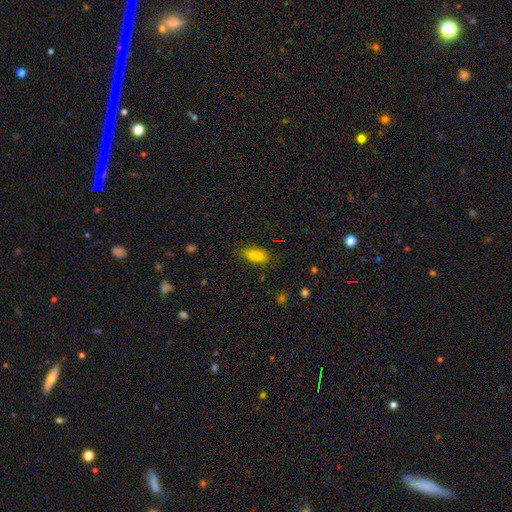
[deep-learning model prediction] smooth_or_featured: smooth (p=0.84) [alt: star or artifact p=0.09]
how_rounded: in between (p=0.84) [alt: cigar-shaped p=0.13]
merging: none (p=0.82) [alt: minor disturbance p=0.14]